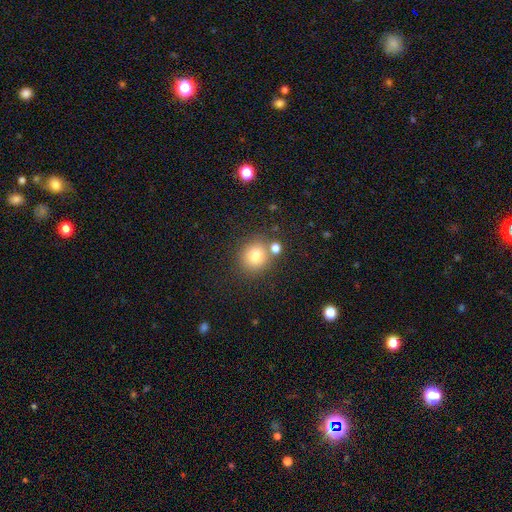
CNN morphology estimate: type=smooth (79%); roundness=round (85%); merging=none (72%).